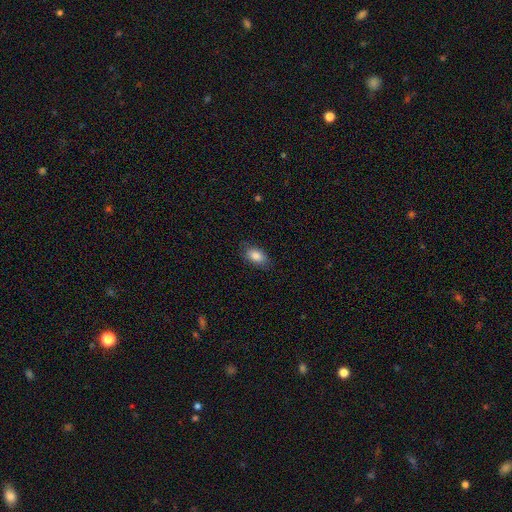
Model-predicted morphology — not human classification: This is clearly a smooth galaxy (85%). How rounded: clearly in between (90%). Merging: likely none (80%).